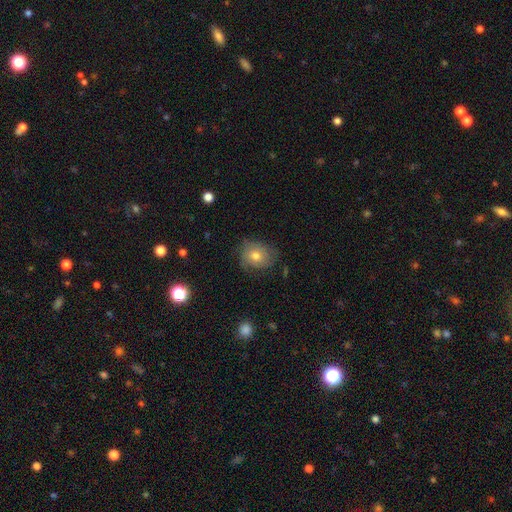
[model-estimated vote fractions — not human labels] smooth 60%, featured or disk 30%, star or artifact 9%. Down the decision tree: how rounded — round (68%); merging — none (65%).